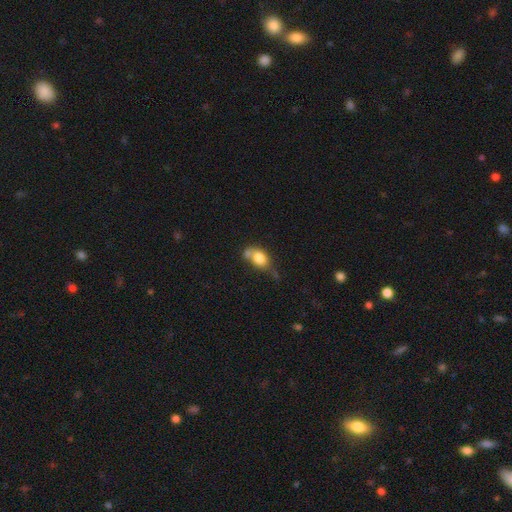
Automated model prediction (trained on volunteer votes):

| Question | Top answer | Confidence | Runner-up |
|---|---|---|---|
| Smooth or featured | smooth | 77% | featured or disk (14%) |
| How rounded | in between | 69% | round (28%) |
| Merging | none | 37% | merger (30%) |